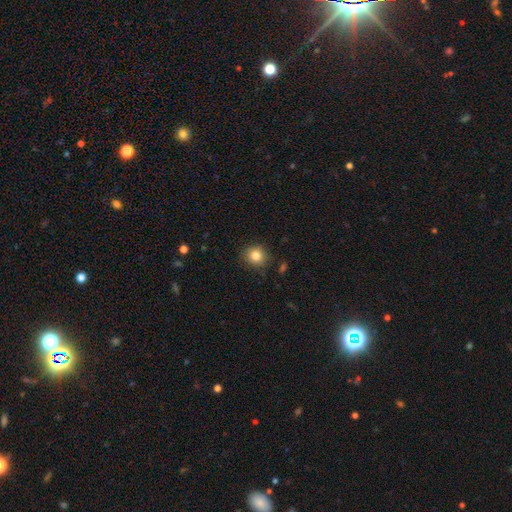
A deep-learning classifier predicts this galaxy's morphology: smooth 83%, star or artifact 11%, featured or disk 6%. Down the decision tree: how rounded — round (85%); merging — none (86%).